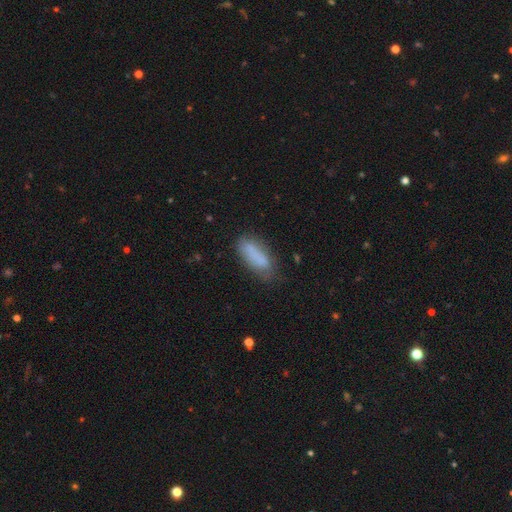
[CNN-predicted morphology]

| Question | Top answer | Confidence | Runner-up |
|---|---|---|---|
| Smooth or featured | smooth | 78% | featured or disk (13%) |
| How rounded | in between | 64% | cigar-shaped (34%) |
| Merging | none | 60% | minor disturbance (26%) |